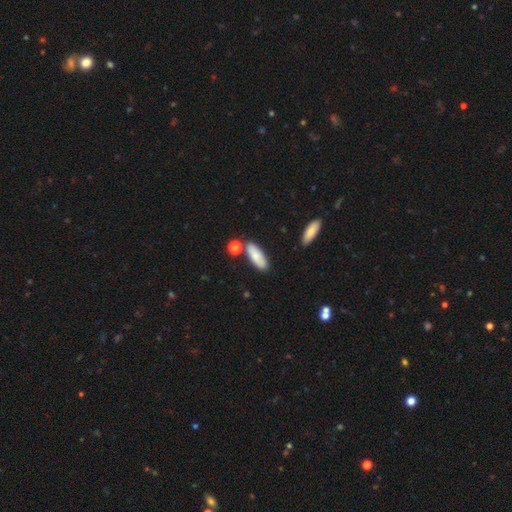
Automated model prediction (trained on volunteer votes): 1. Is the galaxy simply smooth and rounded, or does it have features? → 79% smooth, 15% featured or disk, 7% star or artifact.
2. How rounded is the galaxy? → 68% in between, 29% cigar-shaped, 3% round.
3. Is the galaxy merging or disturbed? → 74% none, 13% minor disturbance, 10% merger, 3% major disturbance.